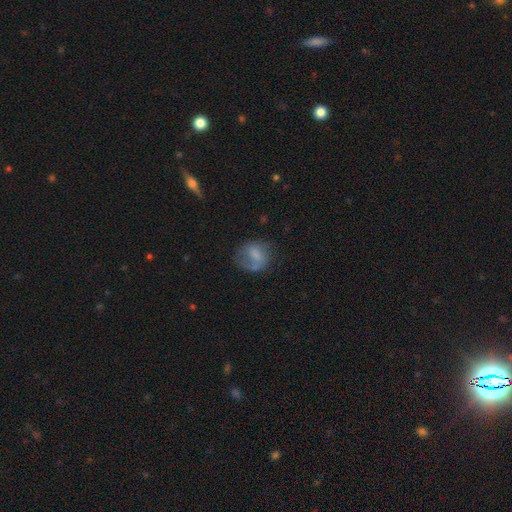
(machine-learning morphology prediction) Overall: smooth (59%; featured or disk 32%). How rounded: round (62%; in between 37%). Merging: none (45%; major disturbance 26%).